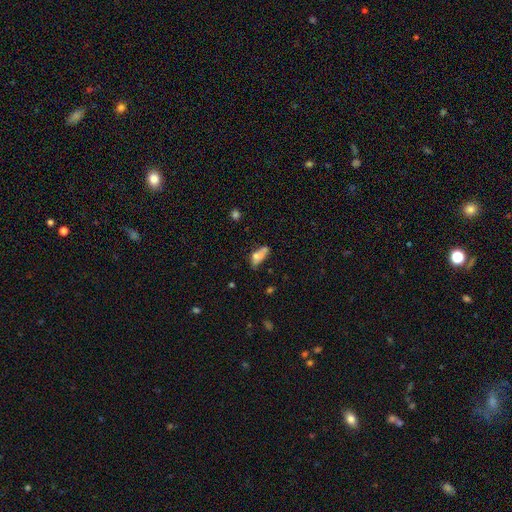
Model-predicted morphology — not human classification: Smooth or featured?
  - smooth: 67% *
  - featured or disk: 23%
  - star or artifact: 10%
How rounded?
  - in between: 78% *
  - cigar-shaped: 17%
  - round: 5%
Merging?
  - none: 35% *
  - minor disturbance: 27%
  - merger: 22%
  - major disturbance: 16%